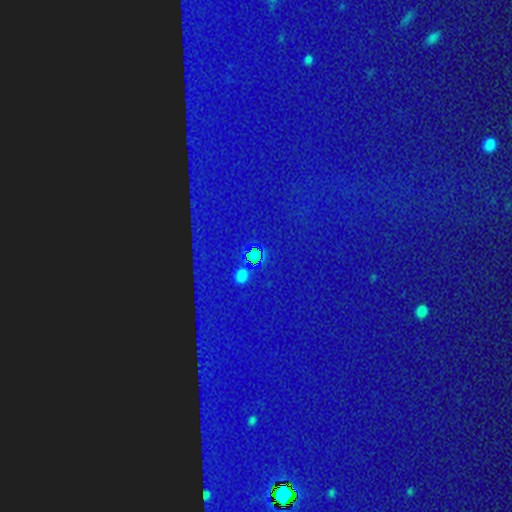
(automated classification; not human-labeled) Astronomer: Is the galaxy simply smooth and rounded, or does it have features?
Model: star or artifact — 69%.